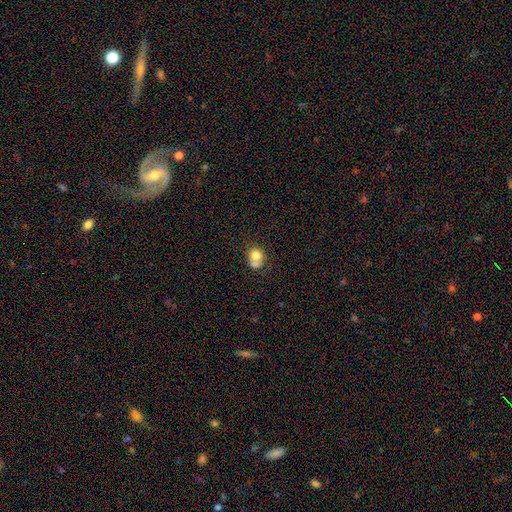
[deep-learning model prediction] smooth 75%, featured or disk 15%, star or artifact 10%. Down the decision tree: how rounded — round (76%); merging — merger (43%).